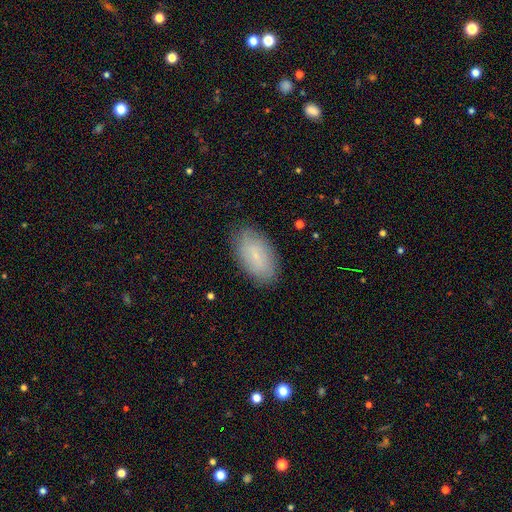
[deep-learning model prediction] A smooth galaxy with no disk features (64%) that is in between round and cigar-shaped (94%).

Vote fractions:
- Smooth or featured? smooth: 64% / featured or disk: 27% / star or artifact: 8%
- How rounded? in between: 94% / cigar-shaped: 3% / round: 3%
- Merging? none: 82% / minor disturbance: 14% / major disturbance: 3% / merger: 1%